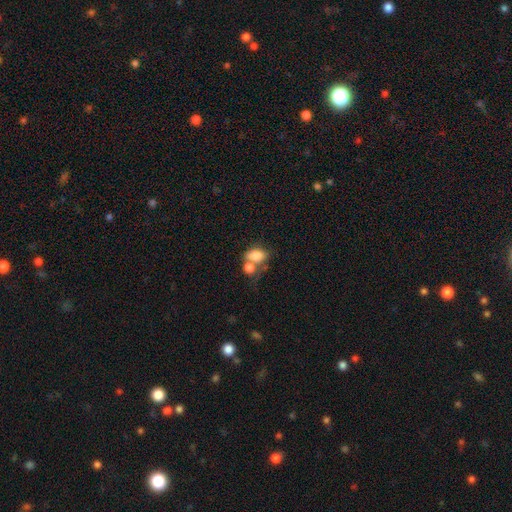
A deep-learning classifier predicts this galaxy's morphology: smooth-or-featured: smooth: 80% | featured or disk: 11% | star or artifact: 9%
  how-rounded: in between: 80% | round: 18% | cigar-shaped: 2%
  merging: merger: 49% | none: 31% | minor disturbance: 12% | major disturbance: 8%